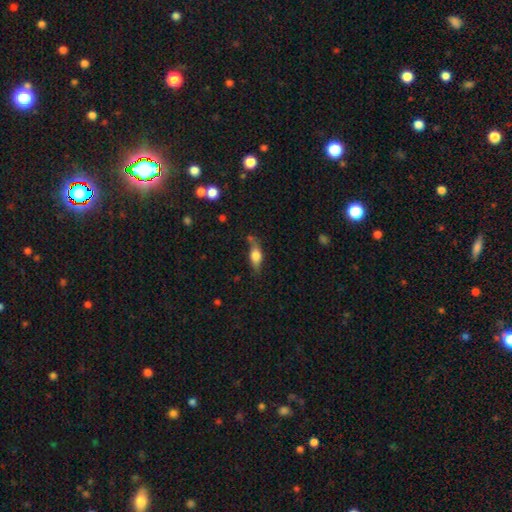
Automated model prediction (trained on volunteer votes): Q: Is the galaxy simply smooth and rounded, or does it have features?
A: smooth — 60%.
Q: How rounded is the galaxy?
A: in between — 68%.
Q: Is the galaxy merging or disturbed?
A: none — 64%.